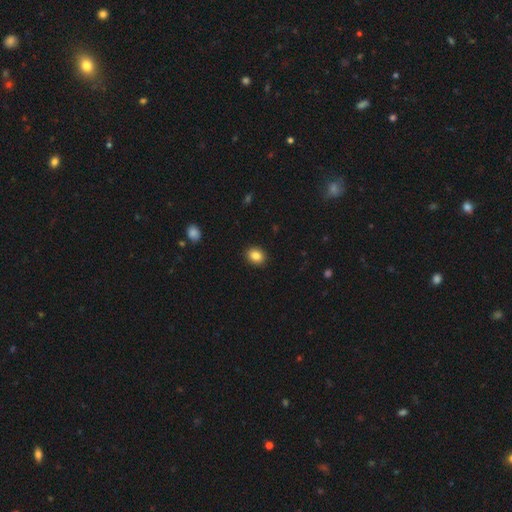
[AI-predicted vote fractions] This is clearly a smooth galaxy (85%). How rounded: possibly round (51%). Merging: clearly none (91%).